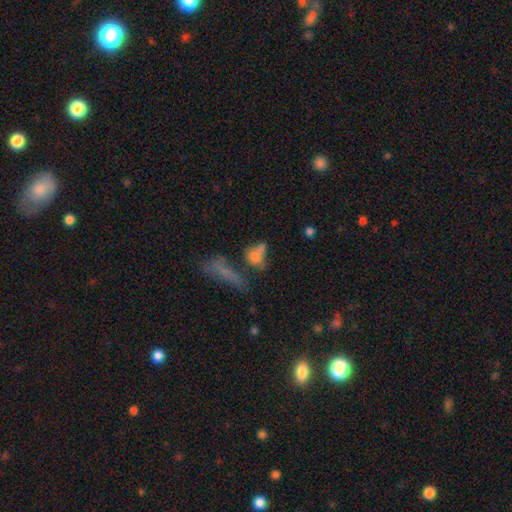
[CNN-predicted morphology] Smooth or featured? Predicted: smooth (p=0.70). How rounded? Predicted: in between (p=0.53). Merging? Predicted: none (p=0.36).